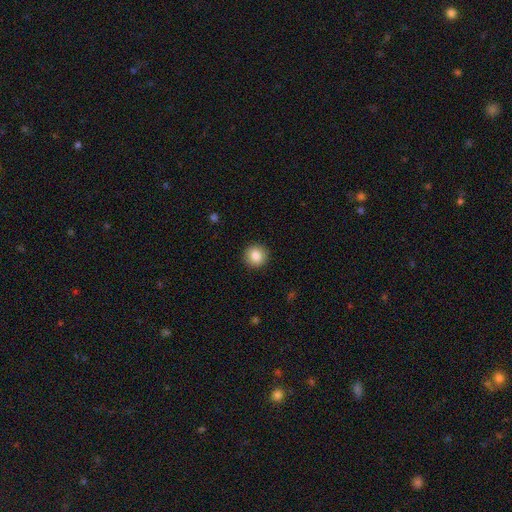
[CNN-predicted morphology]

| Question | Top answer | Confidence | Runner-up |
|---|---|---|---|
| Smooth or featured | smooth | 85% | star or artifact (9%) |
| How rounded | round | 93% | in between (6%) |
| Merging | none | 92% | minor disturbance (5%) |